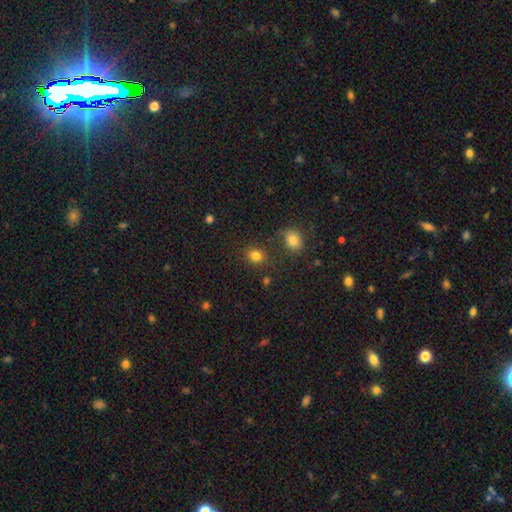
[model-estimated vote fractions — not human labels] Morphology: type=smooth (82%); roundness=round (70%); merging=none (81%).